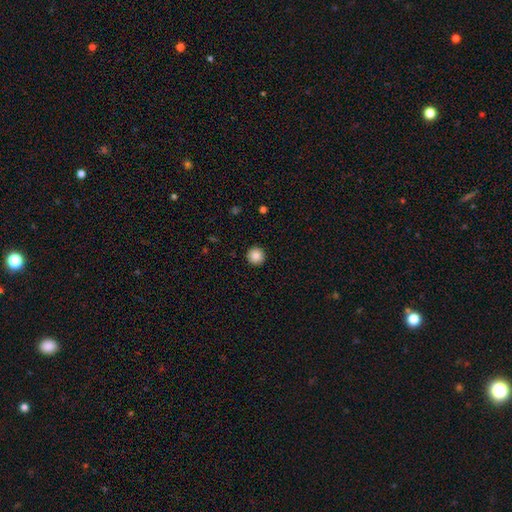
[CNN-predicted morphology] A smooth galaxy with no disk features (87%) that is round (95%). Merging: none (93%).